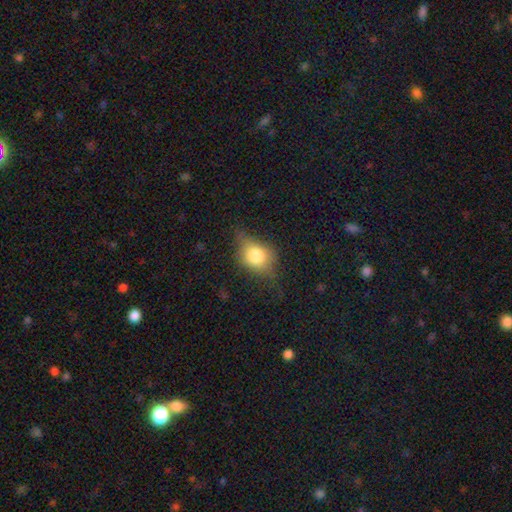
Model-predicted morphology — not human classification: smooth-or-featured: smooth: 71% | featured or disk: 19% | star or artifact: 10%
  how-rounded: in between: 53% | round: 45% | cigar-shaped: 3%
  merging: none: 53% | minor disturbance: 32% | major disturbance: 14% | merger: 2%